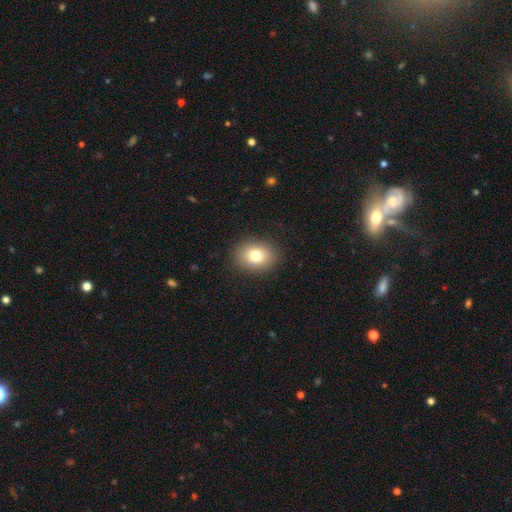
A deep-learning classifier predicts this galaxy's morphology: type=smooth (78%); roundness=in between (55%); merging=none (88%).